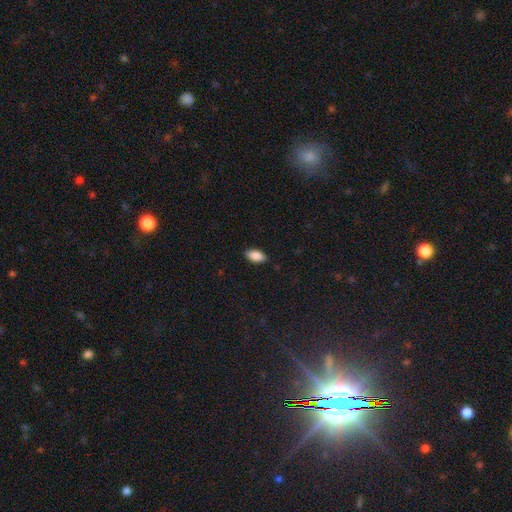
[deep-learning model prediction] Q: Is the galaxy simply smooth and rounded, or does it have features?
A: smooth — 87%.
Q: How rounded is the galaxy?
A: in between — 93%.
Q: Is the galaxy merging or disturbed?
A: none — 87%.